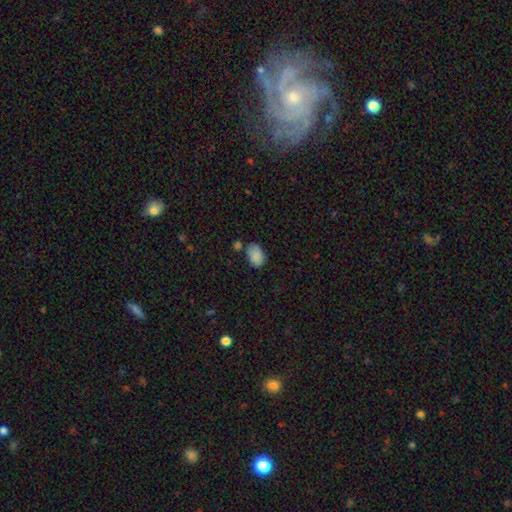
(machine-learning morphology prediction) This is clearly a smooth galaxy (86%). How rounded: clearly in between (87%). Merging: likely none (61%).